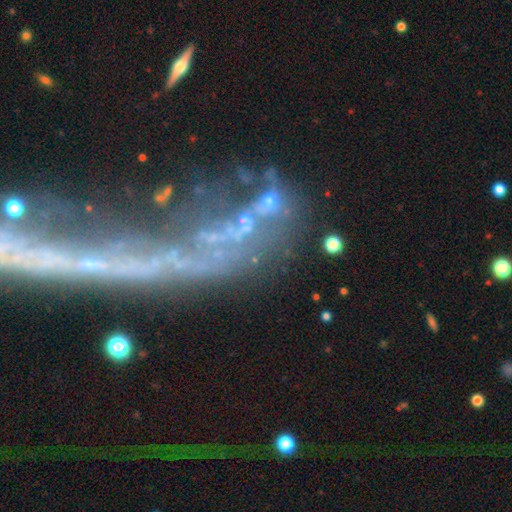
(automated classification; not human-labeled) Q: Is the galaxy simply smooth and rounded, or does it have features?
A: featured or disk — 52%.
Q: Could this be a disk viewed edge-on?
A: no — 82%.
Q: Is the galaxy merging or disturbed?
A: major disturbance — 34%.